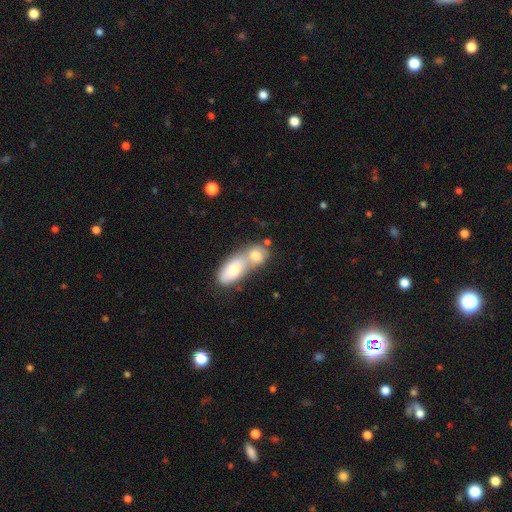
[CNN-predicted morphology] Smooth or featured?
  - smooth: 73% *
  - featured or disk: 20%
  - star or artifact: 8%
How rounded?
  - in between: 71% *
  - round: 24%
  - cigar-shaped: 5%
Merging?
  - merger: 74% *
  - none: 17%
  - minor disturbance: 5%
  - major disturbance: 3%